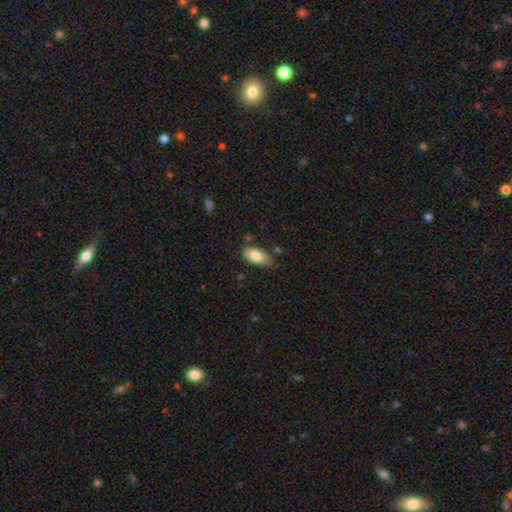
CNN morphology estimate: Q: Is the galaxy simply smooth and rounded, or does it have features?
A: smooth — 81%.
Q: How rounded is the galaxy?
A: in between — 92%.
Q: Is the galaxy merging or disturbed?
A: none — 67%.